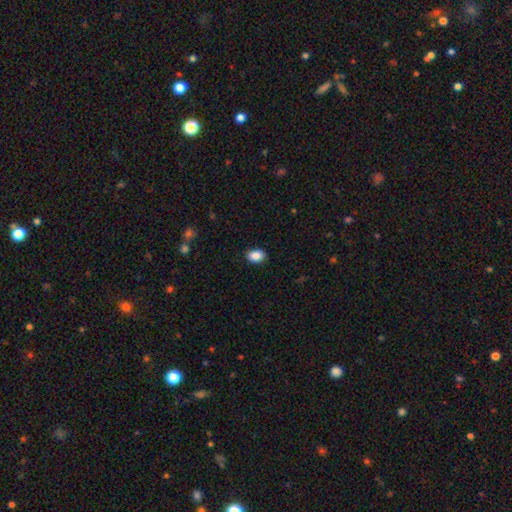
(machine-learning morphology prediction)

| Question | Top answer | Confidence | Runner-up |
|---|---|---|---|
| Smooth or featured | smooth | 89% | star or artifact (8%) |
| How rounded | in between | 75% | round (24%) |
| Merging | none | 88% | minor disturbance (9%) |